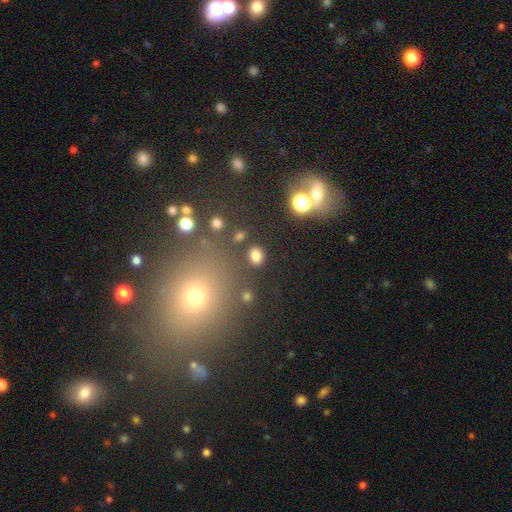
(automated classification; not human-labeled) smooth-or-featured: smooth: 81% | star or artifact: 13% | featured or disk: 6%
  how-rounded: in between: 56% | round: 42% | cigar-shaped: 1%
  merging: none: 85% | minor disturbance: 9% | merger: 3% | major disturbance: 3%